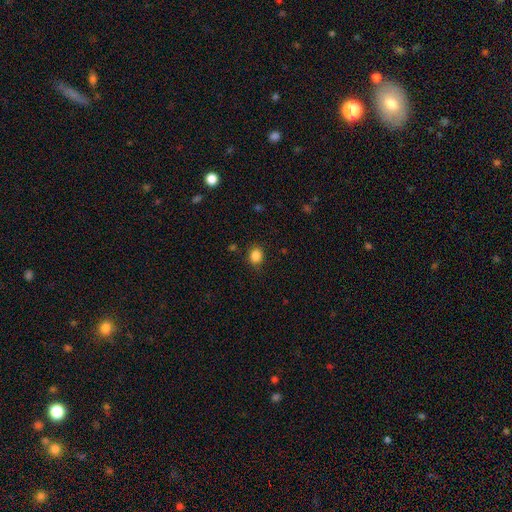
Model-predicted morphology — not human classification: Smooth or featured? smooth (85%)
How rounded? round (69%)
Merging? none (84%)